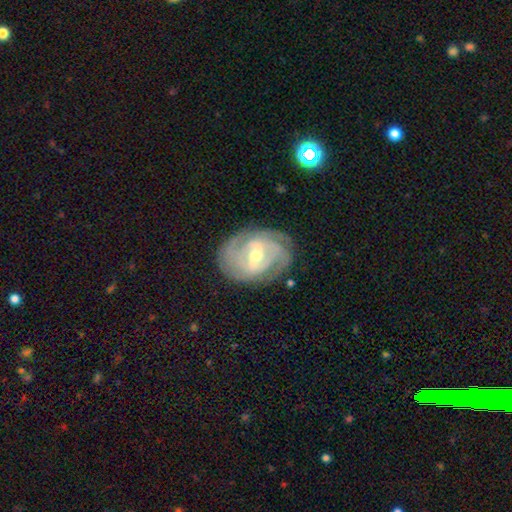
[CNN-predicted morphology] smooth-or-featured: featured or disk: 87% | smooth: 8% | star or artifact: 5%
  disk-edge-on: no: 97% | yes: 3%
    bar: weak: 46% | strong: 39% | no: 15%
    has-spiral-arms: yes: 95% | no: 5%
      spiral-winding: tight: 71% | medium: 24% | loose: 5%
      spiral-arm-count: can't tell: 26% (tied) | 2: 26% (tied) | 3: 25% | 4: 13% | more than 4: 5% | 1: 5%
    bulge-size: moderate: 61% | small: 35% | large: 2% | none: 1% | dominant: 1%
  merging: none: 78% | minor disturbance: 15% | major disturbance: 5% | merger: 1%